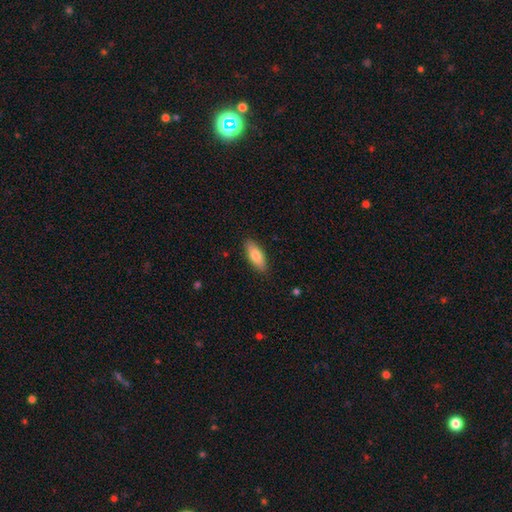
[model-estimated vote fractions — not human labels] The model was most divided on "how rounded": in between: 75%, cigar-shaped: 23%, round: 2%. More confident: merging — none (88%); smooth or featured — smooth (78%).